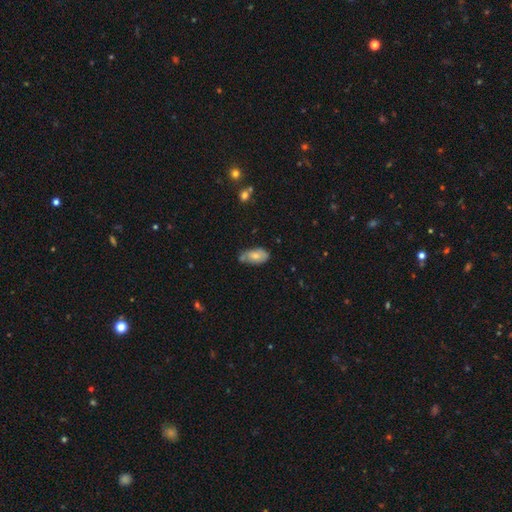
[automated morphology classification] smooth-or-featured: smooth: 68% | featured or disk: 24% | star or artifact: 7%
  how-rounded: in between: 92% | round: 4% | cigar-shaped: 4%
  merging: none: 51% | minor disturbance: 31% | merger: 11% | major disturbance: 6%